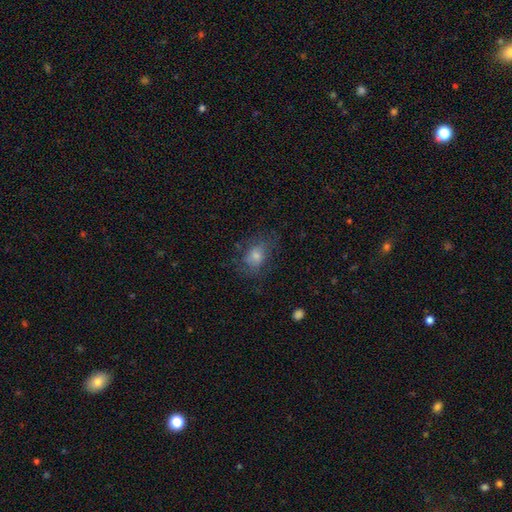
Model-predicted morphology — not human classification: Smooth or featured? Predicted: smooth (p=0.55). How rounded? Predicted: in between (p=0.67). Merging? Predicted: none (p=0.64).